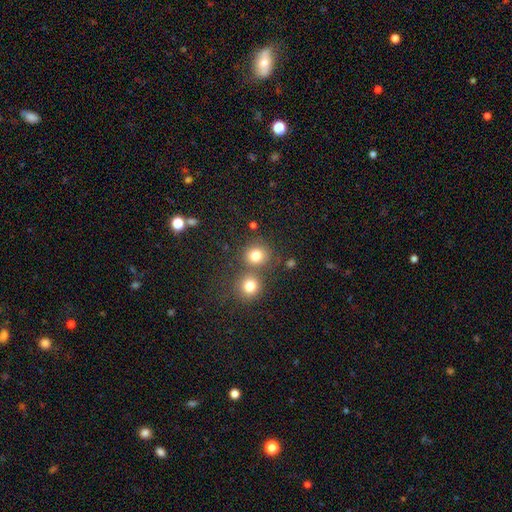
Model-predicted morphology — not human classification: This appears to be a smooth galaxy with no disk features (79%) that is round (87%). Merging: none (63%).